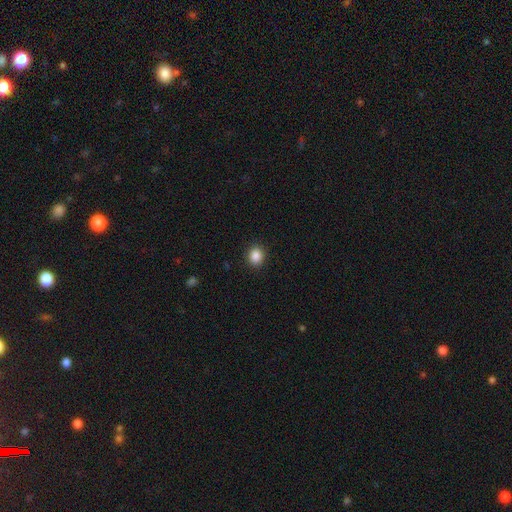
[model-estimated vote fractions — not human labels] This appears to be a smooth galaxy with no disk features (87%) that is round (78%). Merging: none (91%).